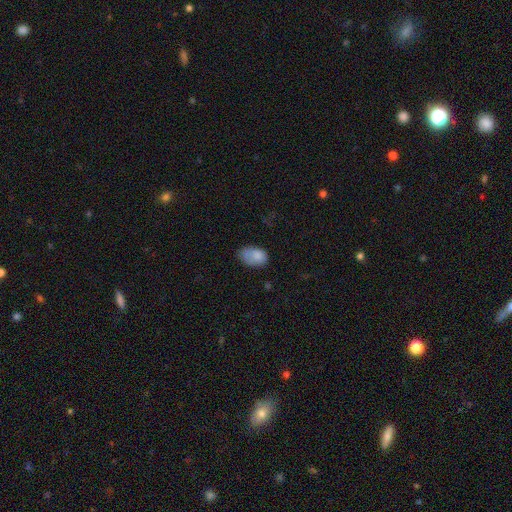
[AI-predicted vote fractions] Smooth or featured?
  - smooth: 80% *
  - featured or disk: 12%
  - star or artifact: 8%
How rounded?
  - in between: 88% *
  - round: 10%
  - cigar-shaped: 1%
Merging?
  - none: 47% *
  - minor disturbance: 32%
  - major disturbance: 14%
  - merger: 6%